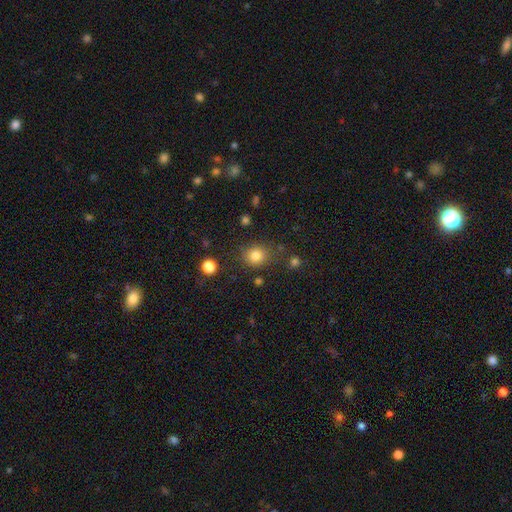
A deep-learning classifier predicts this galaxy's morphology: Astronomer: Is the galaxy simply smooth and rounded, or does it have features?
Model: smooth — 82%.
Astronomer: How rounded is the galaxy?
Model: round — 79%.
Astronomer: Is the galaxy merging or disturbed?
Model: none — 79%.